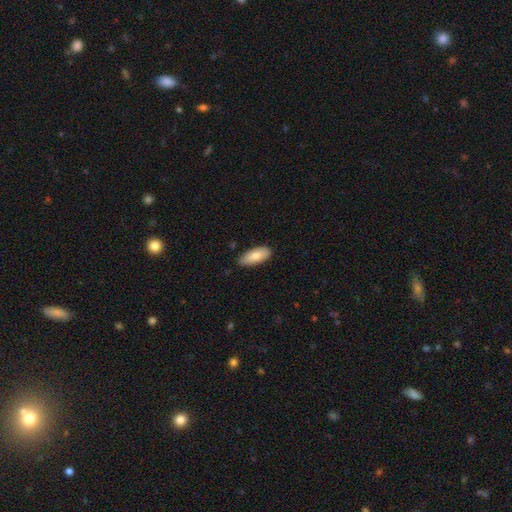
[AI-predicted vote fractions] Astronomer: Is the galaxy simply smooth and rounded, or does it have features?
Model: smooth — 80%.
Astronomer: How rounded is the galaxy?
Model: in between — 85%.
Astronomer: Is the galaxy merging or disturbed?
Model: none — 79%.